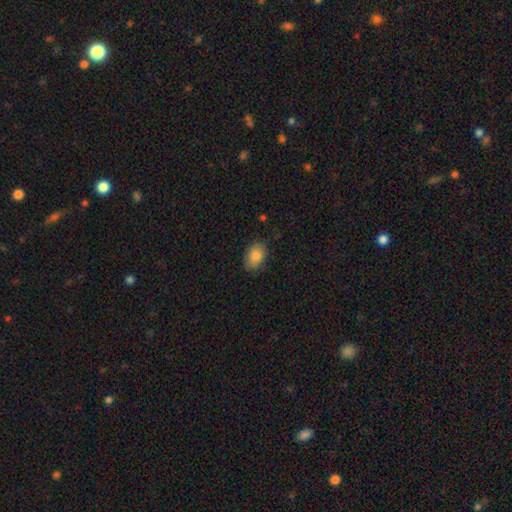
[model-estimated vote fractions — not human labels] smooth_or_featured: smooth (p=0.83) [alt: featured or disk p=0.10]
how_rounded: in between (p=0.86) [alt: round p=0.12]
merging: none (p=0.80) [alt: minor disturbance p=0.16]